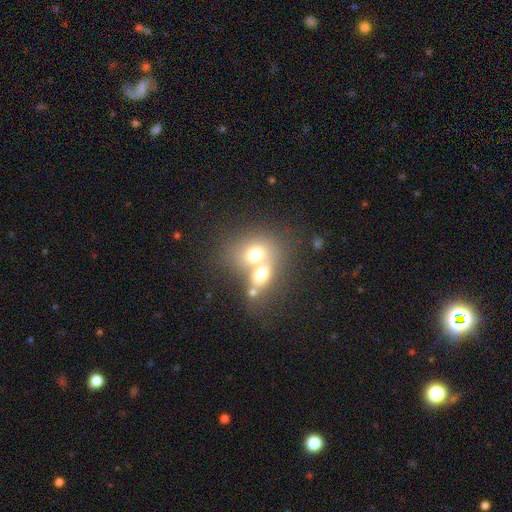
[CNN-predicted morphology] smooth 64%, featured or disk 24%, star or artifact 12%. Down the decision tree: how rounded — round (51%); merging — merger (70%).